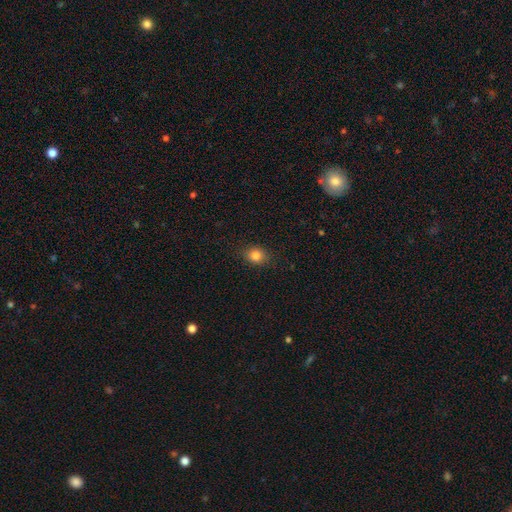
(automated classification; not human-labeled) The model was most divided on "how rounded": round: 63%, in between: 36%, cigar-shaped: 1%. More confident: merging — none (88%); smooth or featured — smooth (83%).